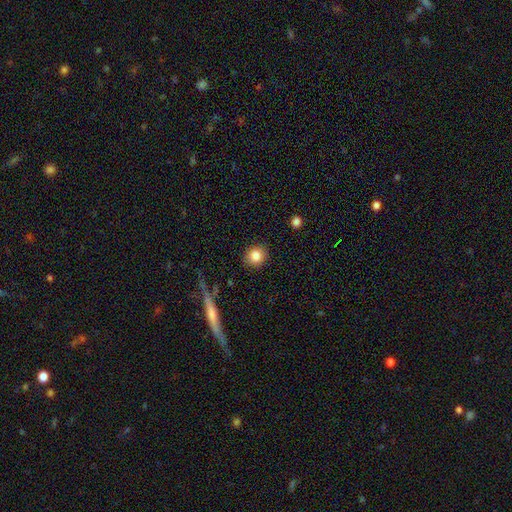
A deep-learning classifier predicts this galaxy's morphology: Smooth or featured: smooth — 84% (star or artifact — 10%)
How rounded: round — 85% (in between — 14%)
Merging: none — 89% (minor disturbance — 8%)